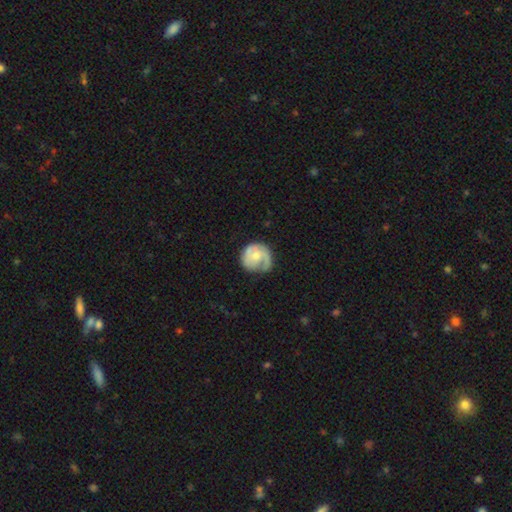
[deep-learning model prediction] featured or disk 67%, smooth 27%, star or artifact 6%. Down the decision tree: edge-on disk — no (98%); bar — no (71%); spiral arms — yes (88%); spiral arm count — 2 (38%); spiral winding — tight (43%); bulge size — small (54%); merging — none (58%).